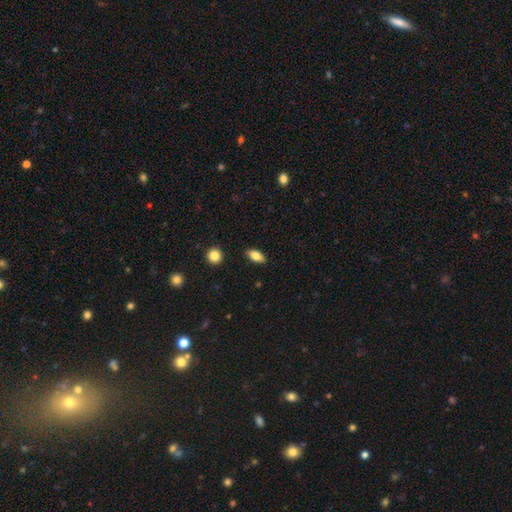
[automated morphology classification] smooth-or-featured: smooth: 80% | featured or disk: 13% | star or artifact: 7%
  how-rounded: in between: 88% | cigar-shaped: 8% | round: 4%
  merging: none: 88% | minor disturbance: 8% | major disturbance: 2% | merger: 2%